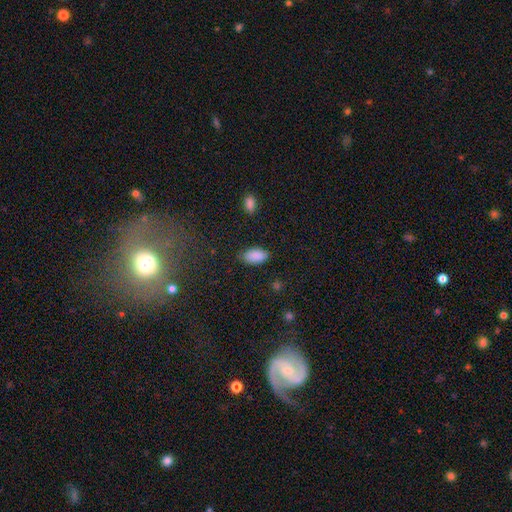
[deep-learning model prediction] Morphology: type=smooth (88%); roundness=in between (94%); merging=none (81%).